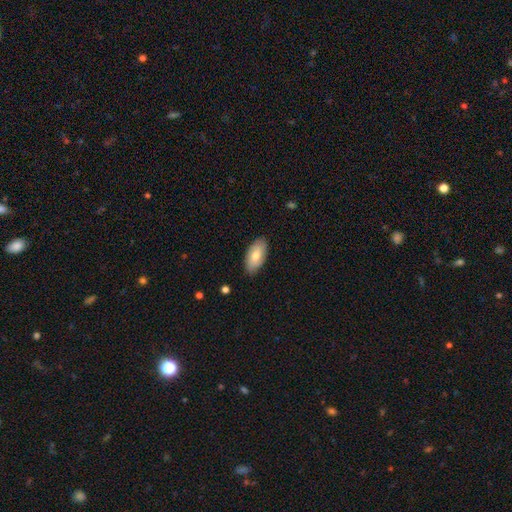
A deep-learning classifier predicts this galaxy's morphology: Smooth or featured?
  - smooth: 73% *
  - featured or disk: 21%
  - star or artifact: 6%
How rounded?
  - in between: 94% *
  - cigar-shaped: 4%
  - round: 2%
Merging?
  - none: 85% *
  - minor disturbance: 12%
  - major disturbance: 2%
  - merger: 1%